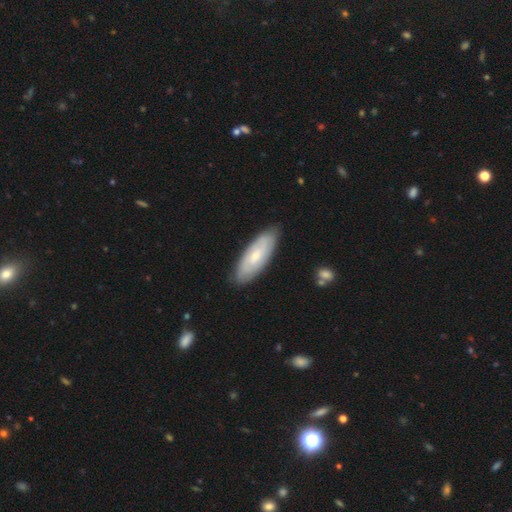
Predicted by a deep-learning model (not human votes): Smooth or featured: featured or disk — 49% (smooth — 46%)
Merging: none — 84% (minor disturbance — 13%)